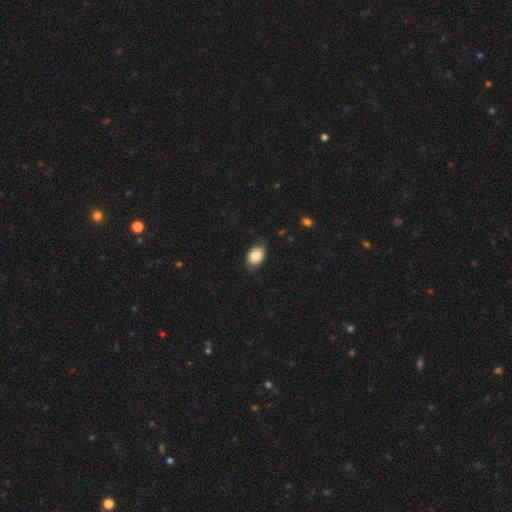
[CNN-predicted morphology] This appears to be a smooth galaxy with no disk features (84%) that is in between round and cigar-shaped (80%). Merging: none (75%).